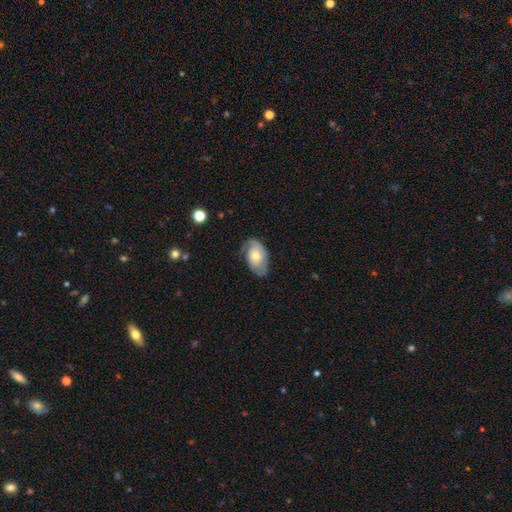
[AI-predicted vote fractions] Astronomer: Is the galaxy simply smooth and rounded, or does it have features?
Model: featured or disk — 60%.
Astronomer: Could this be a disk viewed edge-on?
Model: no — 94%.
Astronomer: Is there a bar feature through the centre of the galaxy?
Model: no — 77%.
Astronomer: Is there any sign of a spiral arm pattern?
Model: yes — 78%.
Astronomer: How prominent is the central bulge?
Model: moderate — 60%.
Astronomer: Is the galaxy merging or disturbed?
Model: none — 63%.